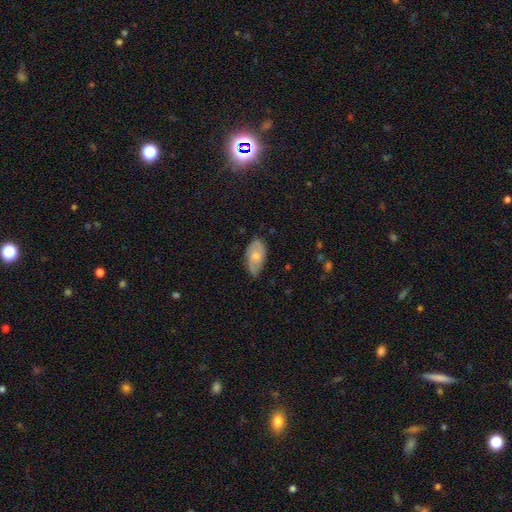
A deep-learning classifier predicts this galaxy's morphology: Smooth or featured: smooth — 51% (featured or disk — 43%)
How rounded: in between — 92% (round — 5%)
Merging: none — 62% (minor disturbance — 30%)